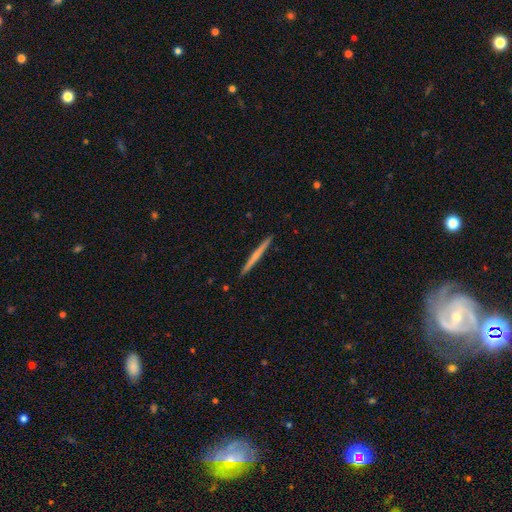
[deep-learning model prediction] A featured or disk galaxy (50%). Merging: none (93%).